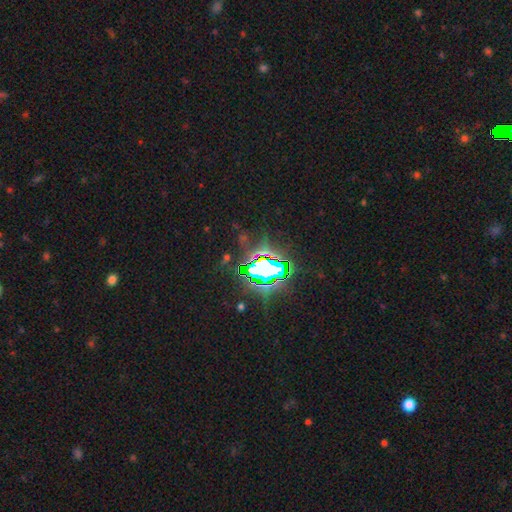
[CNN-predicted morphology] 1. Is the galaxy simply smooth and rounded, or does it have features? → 83% star or artifact, 9% smooth, 8% featured or disk.